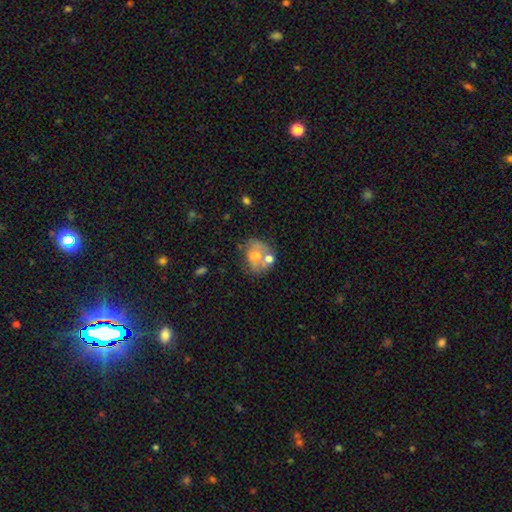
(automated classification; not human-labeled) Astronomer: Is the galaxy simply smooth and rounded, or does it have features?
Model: smooth — 45% (runner-up: featured or disk, 44%).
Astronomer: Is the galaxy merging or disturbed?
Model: none — 36% (runner-up: merger, 27%).